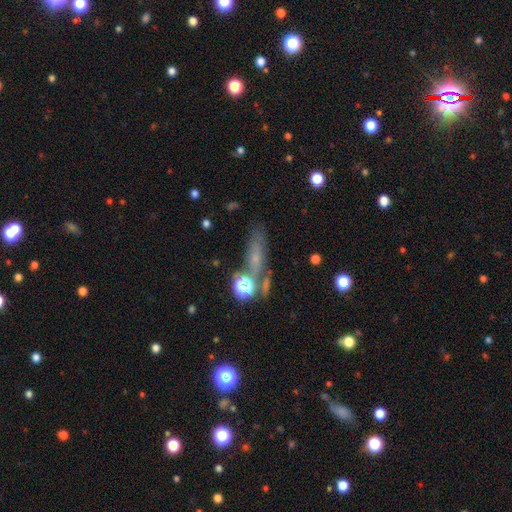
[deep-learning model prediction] smooth-or-featured: smooth: 44% | featured or disk: 33% | star or artifact: 23%
  merging: none: 60% | minor disturbance: 18% | merger: 12% | major disturbance: 10%